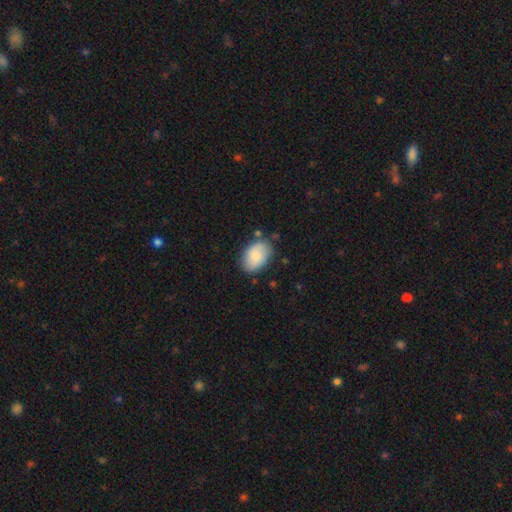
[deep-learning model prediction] Smooth or featured: smooth — 77% (featured or disk — 17%)
How rounded: in between — 86% (round — 12%)
Merging: none — 79% (minor disturbance — 15%)